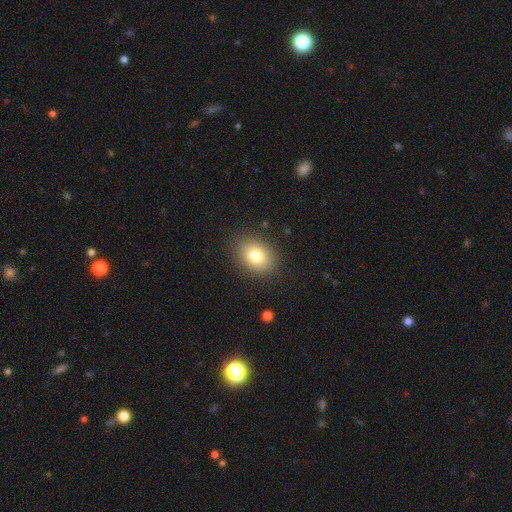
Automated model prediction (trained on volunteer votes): A smooth galaxy with no disk features (80%) that is in between round and cigar-shaped (64%).

Vote fractions:
- Smooth or featured? smooth: 80% / featured or disk: 10% / star or artifact: 10%
- How rounded? in between: 64% / round: 35% / cigar-shaped: 1%
- Merging? none: 86% / minor disturbance: 10% / major disturbance: 3% / merger: 1%